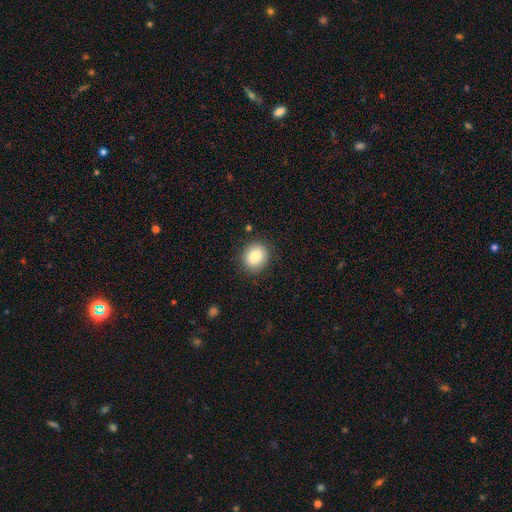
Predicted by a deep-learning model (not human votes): smooth 86%, star or artifact 8%, featured or disk 6%. Down the decision tree: how rounded — round (72%); merging — none (86%).